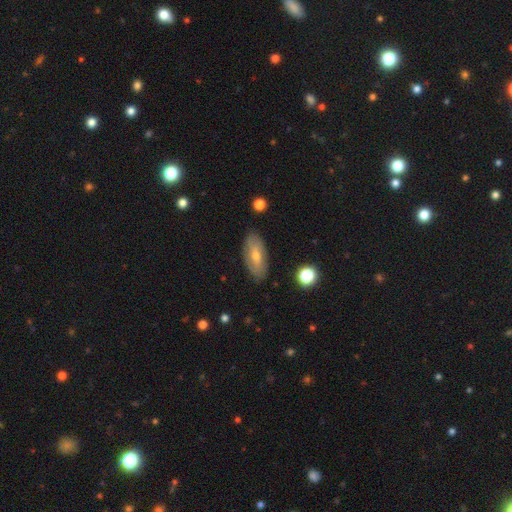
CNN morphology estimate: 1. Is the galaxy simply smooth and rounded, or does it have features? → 48% featured or disk, 45% smooth, 7% star or artifact.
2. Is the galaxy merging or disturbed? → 85% none, 11% minor disturbance, 3% major disturbance, 1% merger.